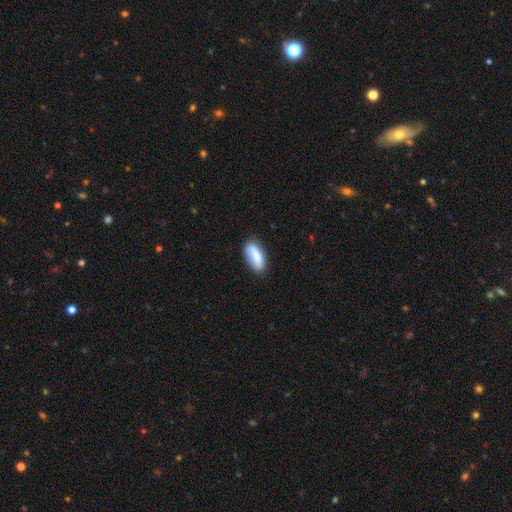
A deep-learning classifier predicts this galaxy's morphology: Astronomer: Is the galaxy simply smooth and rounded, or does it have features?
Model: smooth — 82%.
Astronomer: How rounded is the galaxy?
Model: in between — 78%.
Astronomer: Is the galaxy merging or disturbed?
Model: none — 78%.